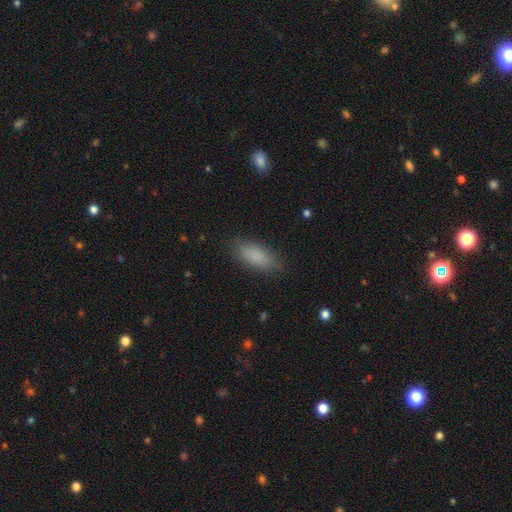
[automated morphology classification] This is clearly a smooth galaxy (86%). How rounded: likely in between (76%). Merging: clearly none (84%).